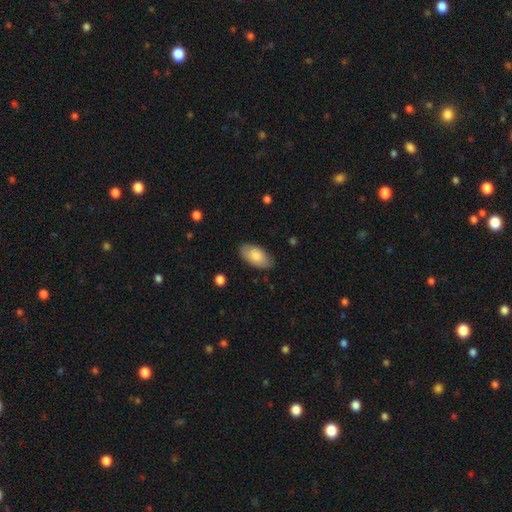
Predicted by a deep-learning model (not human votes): smooth-or-featured: smooth: 80% | featured or disk: 14% | star or artifact: 6%
  how-rounded: in between: 95% | round: 3% | cigar-shaped: 2%
  merging: none: 83% | minor disturbance: 14% | major disturbance: 3% | merger: 1%